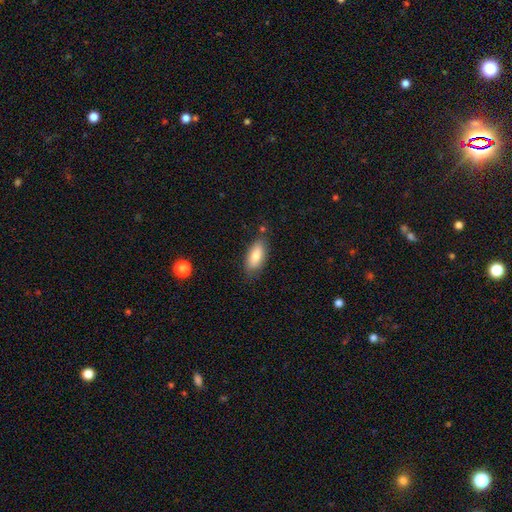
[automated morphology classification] A smooth galaxy with no disk features (79%) that is in between round and cigar-shaped (84%).

Vote fractions:
- Smooth or featured? smooth: 79% / featured or disk: 14% / star or artifact: 7%
- How rounded? in between: 84% / cigar-shaped: 13% / round: 2%
- Merging? none: 77% / minor disturbance: 16% / major disturbance: 3% / merger: 3%